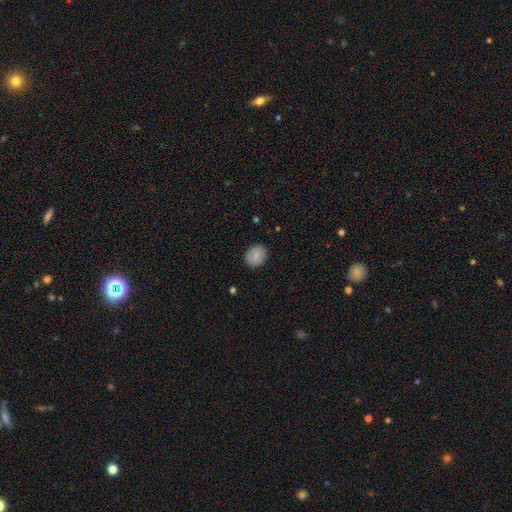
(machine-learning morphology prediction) Q: Smooth or featured?
A: smooth (84%); runner-up: featured or disk (9%)
Q: How rounded?
A: round (67%); runner-up: in between (32%)
Q: Merging?
A: none (88%); runner-up: minor disturbance (9%)